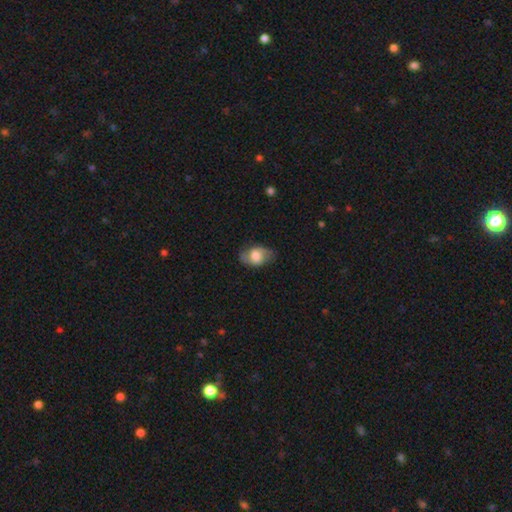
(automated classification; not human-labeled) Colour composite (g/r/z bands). It shows a smooth galaxy with no disk features (51%) that is in between round and cigar-shaped (82%). Merging: none (70%).